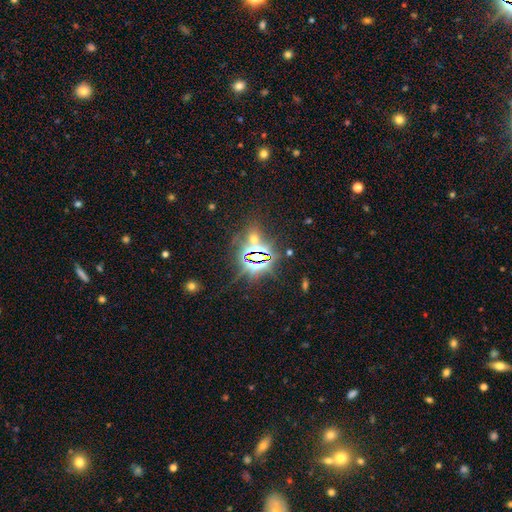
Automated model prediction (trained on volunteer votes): This is likely a star or artifact rather than a galaxy (80%).